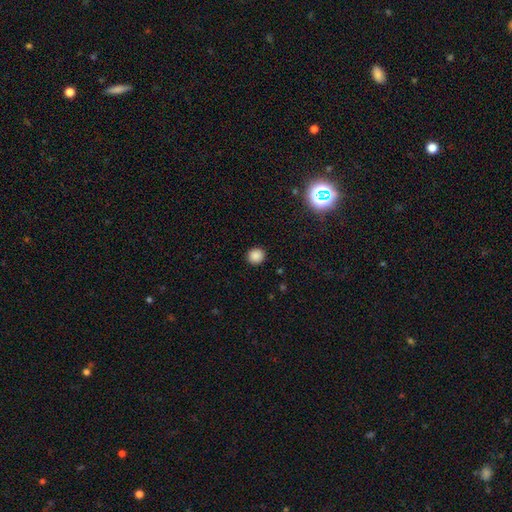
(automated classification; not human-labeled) smooth-or-featured: smooth: 86% | star or artifact: 11% | featured or disk: 3%
  how-rounded: round: 92% | in between: 7% | cigar-shaped: 1%
  merging: none: 92% | minor disturbance: 5% | major disturbance: 2% | merger: 1%